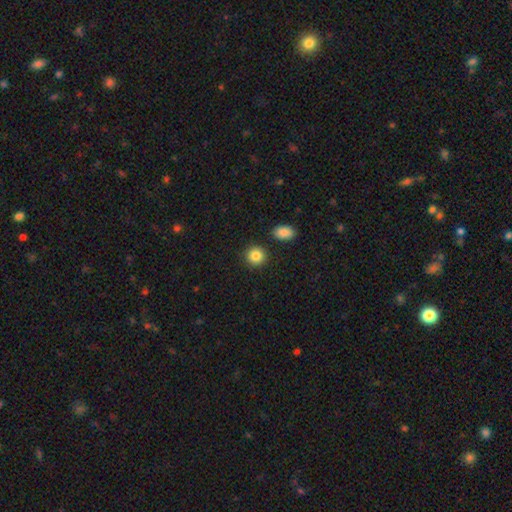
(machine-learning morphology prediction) type=smooth (86%); roundness=round (89%); merging=none (88%).